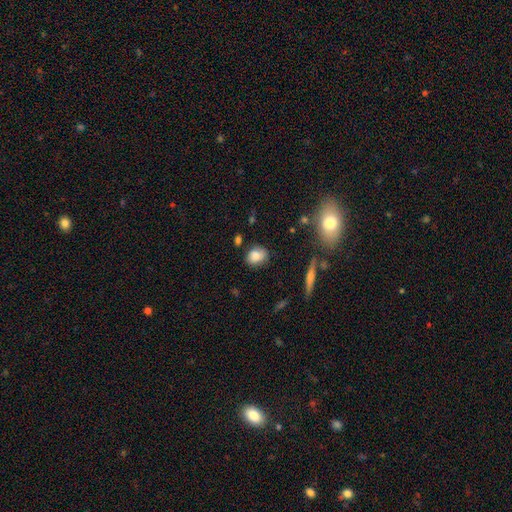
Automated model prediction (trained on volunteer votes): Smooth or featured? smooth (83%)
How rounded? in between (61%)
Merging? none (73%)